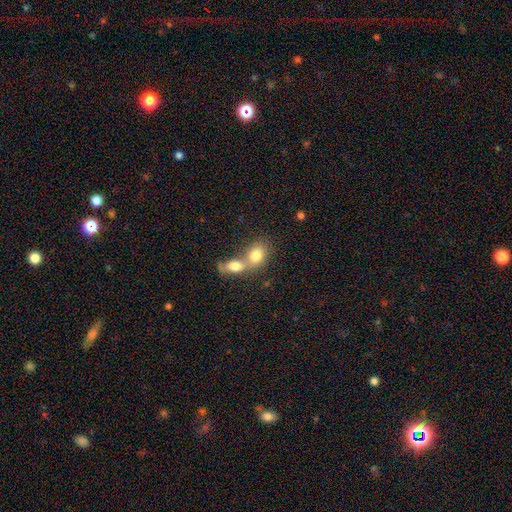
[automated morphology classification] smooth_or_featured: smooth (p=0.79) [alt: featured or disk p=0.13]
how_rounded: in between (p=0.69) [alt: round p=0.29]
merging: merger (p=0.67) [alt: none p=0.23]